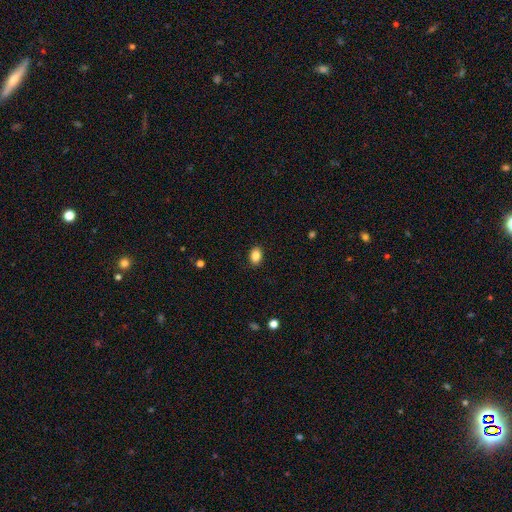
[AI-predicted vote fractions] Morphology: type=smooth (87%); roundness=in between (80%); merging=none (89%).